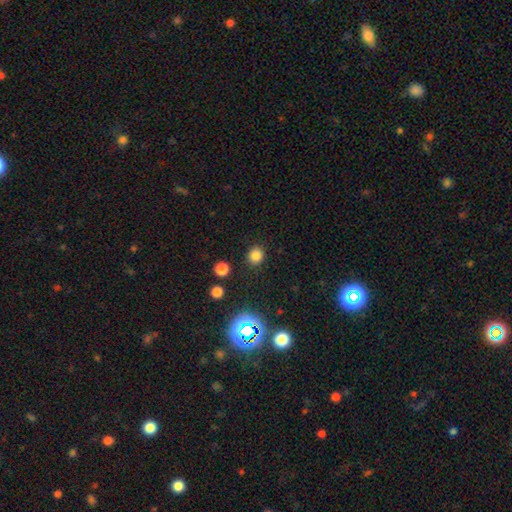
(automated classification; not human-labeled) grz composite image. It shows a smooth galaxy with no disk features (81%) that is round (84%). Merging: none (89%).